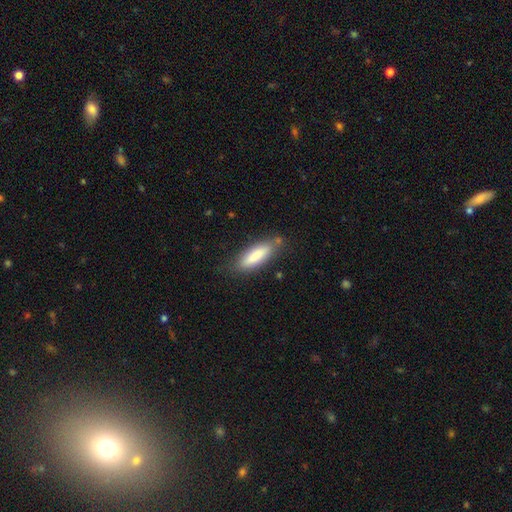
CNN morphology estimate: Smooth or featured?
  - smooth: 79% *
  - featured or disk: 15%
  - star or artifact: 6%
How rounded?
  - cigar-shaped: 53% *
  - in between: 46%
  - round: 1%
Merging?
  - none: 76% *
  - minor disturbance: 17%
  - major disturbance: 4%
  - merger: 3%